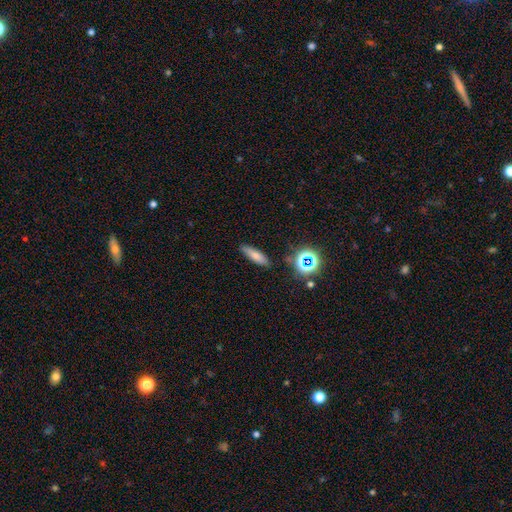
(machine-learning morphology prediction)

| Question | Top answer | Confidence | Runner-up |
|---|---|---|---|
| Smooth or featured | smooth | 71% | featured or disk (16%) |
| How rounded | cigar-shaped | 60% | in between (36%) |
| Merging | none | 84% | minor disturbance (11%) |